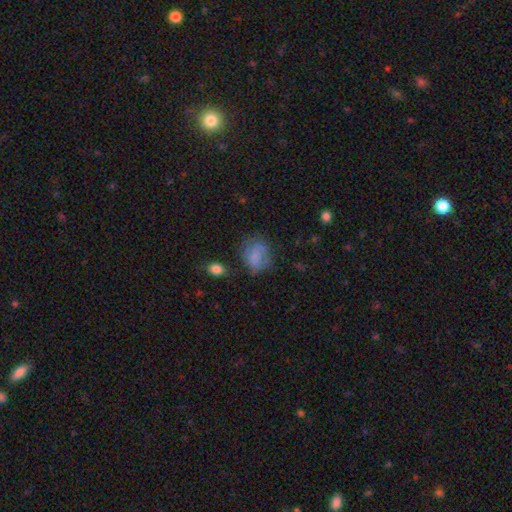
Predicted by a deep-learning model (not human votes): Smooth or featured? smooth (69%)
How rounded? round (52%)
Merging? none (54%)